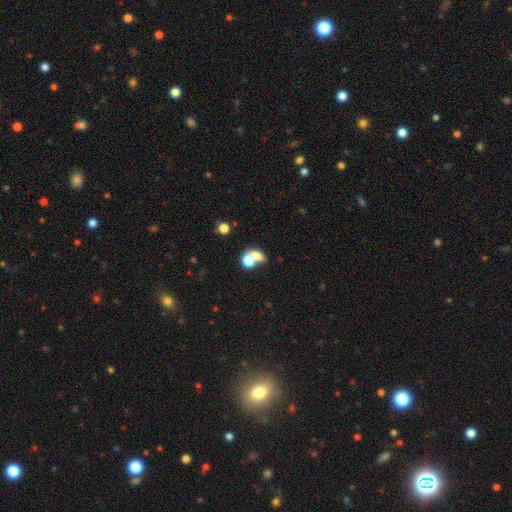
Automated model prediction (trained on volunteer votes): smooth_or_featured: smooth (p=0.68) [alt: featured or disk p=0.17]
how_rounded: in between (p=0.55) [alt: round p=0.42]
merging: merger (p=0.60) [alt: none p=0.28]